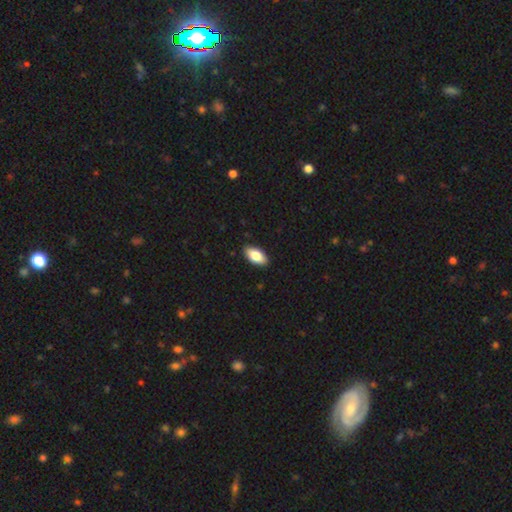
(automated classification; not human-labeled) A smooth galaxy with no disk features (79%) that is in between round and cigar-shaped (92%). Merging: none (89%).